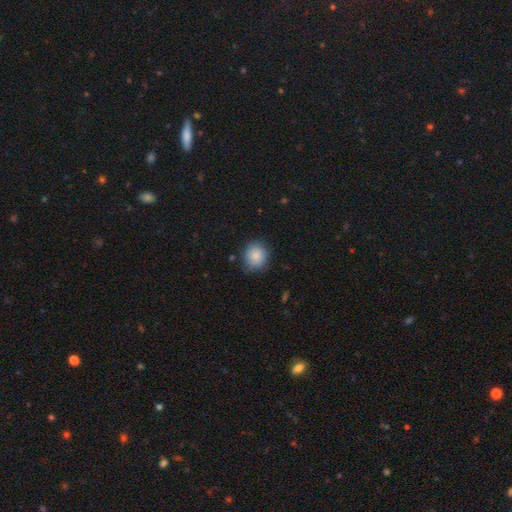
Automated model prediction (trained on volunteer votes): This is clearly a smooth galaxy (87%). How rounded: clearly round (81%). Merging: clearly none (81%).